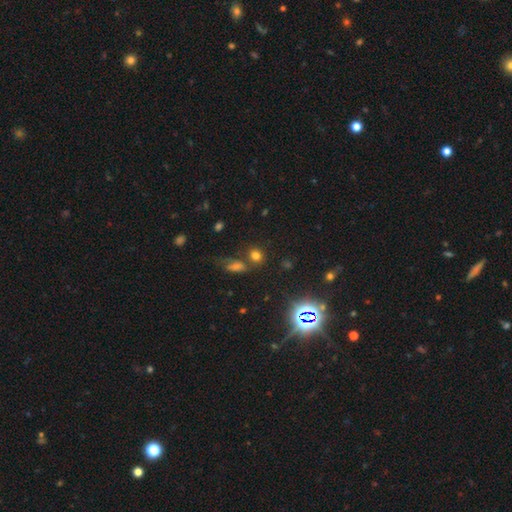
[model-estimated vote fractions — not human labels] This is likely a smooth galaxy (67%). How rounded: likely round (70%). Merging: likely none (70%).